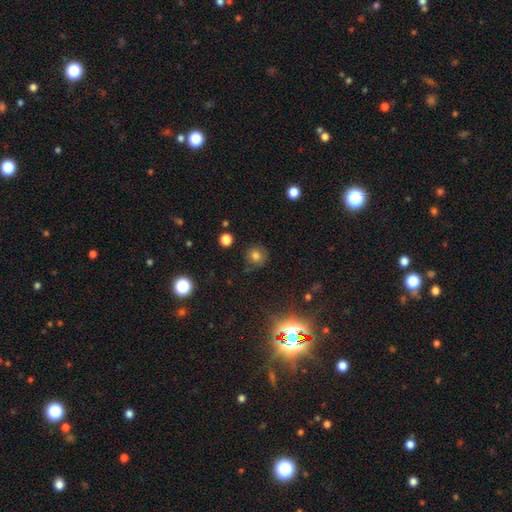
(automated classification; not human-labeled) smooth-or-featured: smooth: 75% | star or artifact: 17% | featured or disk: 8%
  how-rounded: round: 91% | in between: 8% | cigar-shaped: 1%
  merging: none: 82% | minor disturbance: 12% | major disturbance: 3% | merger: 3%